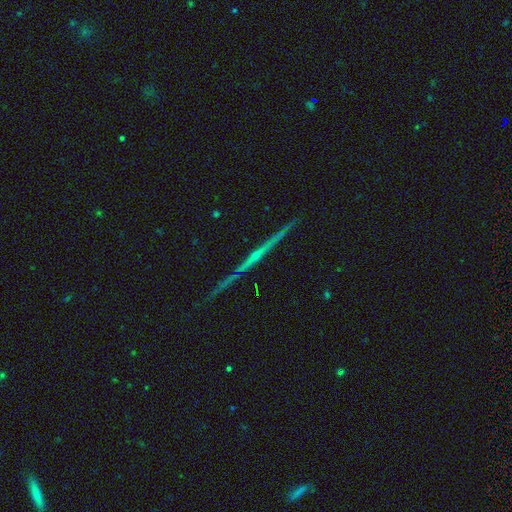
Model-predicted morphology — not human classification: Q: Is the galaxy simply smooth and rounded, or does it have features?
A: featured or disk — 82%.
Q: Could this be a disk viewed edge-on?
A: yes — 98%.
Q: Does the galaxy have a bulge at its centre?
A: rounded — 62%.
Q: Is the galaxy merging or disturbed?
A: none — 91%.